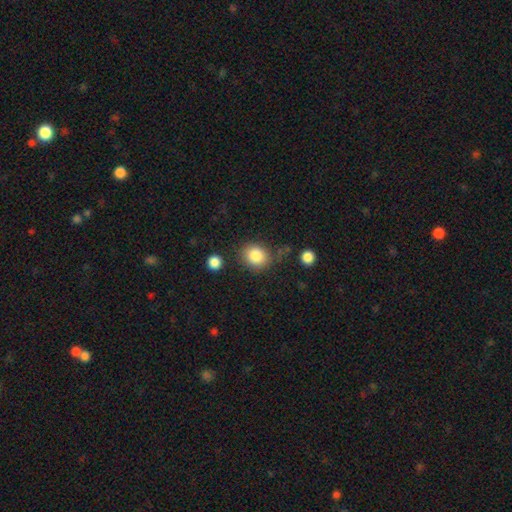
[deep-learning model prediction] smooth_or_featured: smooth (p=0.85) [alt: star or artifact p=0.09]
how_rounded: round (p=0.74) [alt: in between p=0.25]
merging: none (p=0.73) [alt: minor disturbance p=0.15]